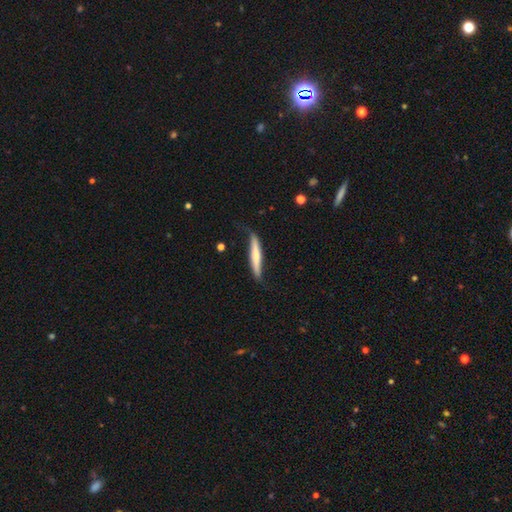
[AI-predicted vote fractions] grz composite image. It shows a smooth galaxy with no disk features (54%) that is cigar-shaped (92%). Merging: none (61%).